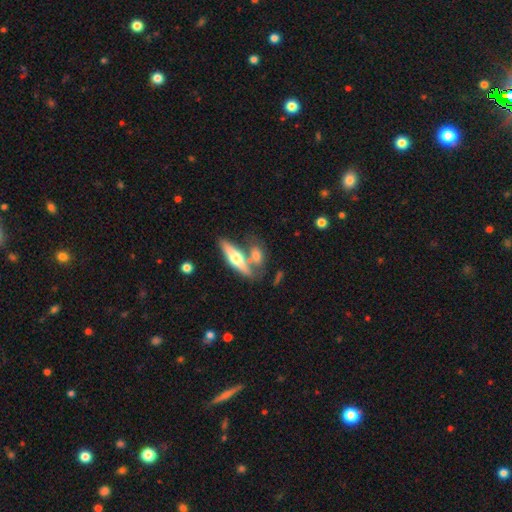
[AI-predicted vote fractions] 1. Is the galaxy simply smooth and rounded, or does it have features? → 54% smooth, 40% featured or disk, 7% star or artifact.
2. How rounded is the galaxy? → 49% in between, 42% cigar-shaped, 9% round.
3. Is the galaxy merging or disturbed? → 46% none, 36% merger, 12% minor disturbance, 5% major disturbance.